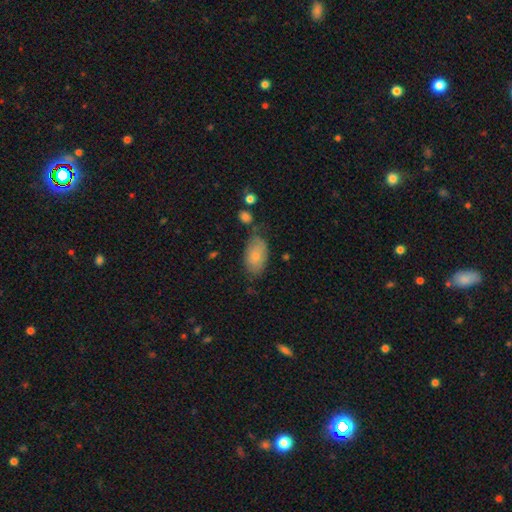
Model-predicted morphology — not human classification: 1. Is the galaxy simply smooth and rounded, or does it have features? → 75% smooth, 18% featured or disk, 7% star or artifact.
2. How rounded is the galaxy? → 93% in between, 6% round, 2% cigar-shaped.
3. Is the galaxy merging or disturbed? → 59% none, 28% minor disturbance, 8% major disturbance, 5% merger.